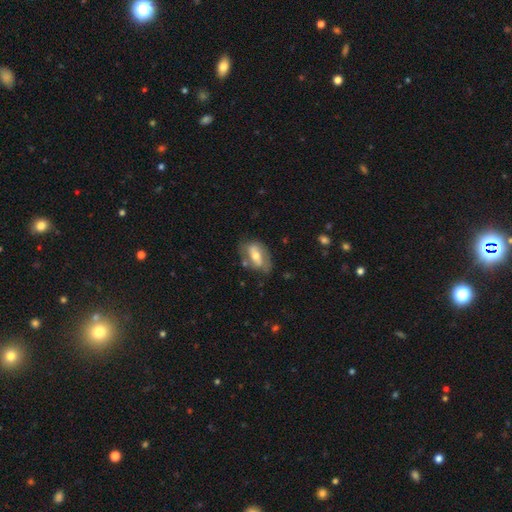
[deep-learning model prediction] A featured or disk galaxy (55%).

Vote fractions:
- Smooth or featured? featured or disk: 55% / smooth: 38% / star or artifact: 7%
- Edge-on disk? no: 88% / yes: 12%
- Merging? none: 65% / minor disturbance: 23% / major disturbance: 9% / merger: 4%